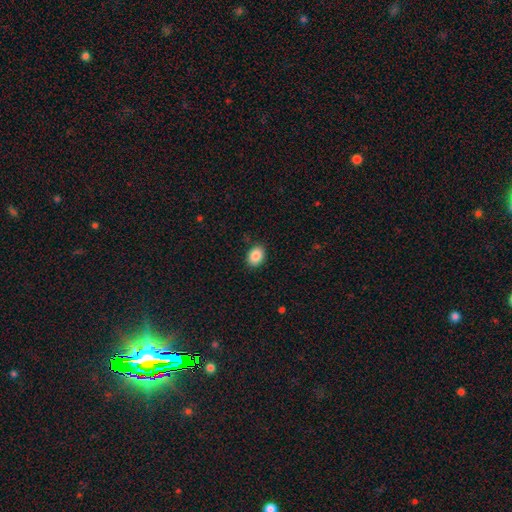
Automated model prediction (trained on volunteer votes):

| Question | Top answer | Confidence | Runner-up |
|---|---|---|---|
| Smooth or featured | smooth | 88% | star or artifact (8%) |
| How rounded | in between | 71% | round (28%) |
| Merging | none | 88% | minor disturbance (8%) |